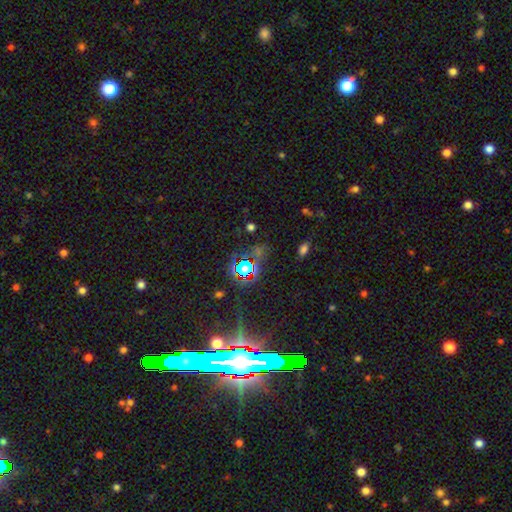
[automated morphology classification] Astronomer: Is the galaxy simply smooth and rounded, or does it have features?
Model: star or artifact — 74%.